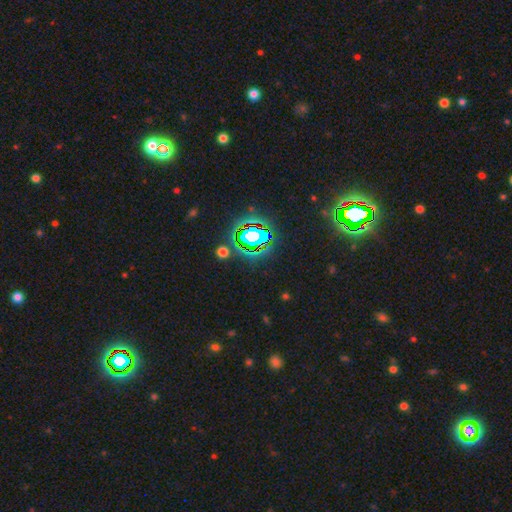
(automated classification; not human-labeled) Smooth or featured? Predicted: star or artifact (p=0.83).